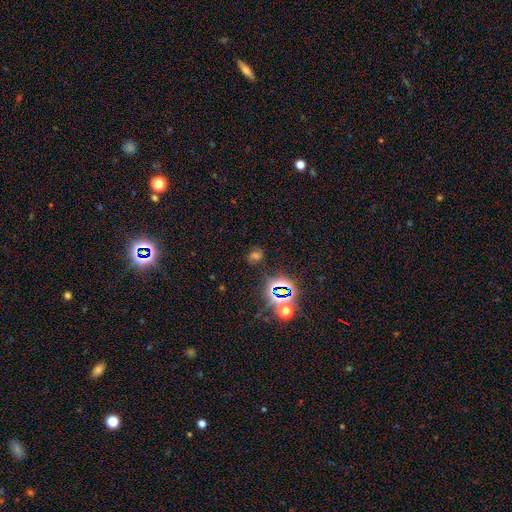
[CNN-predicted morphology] smooth_or_featured: star or artifact (p=0.55) [alt: smooth p=0.33]